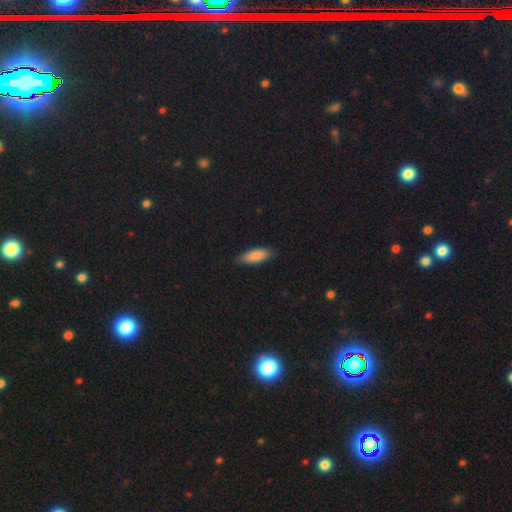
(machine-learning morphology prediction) A smooth galaxy with no disk features (87%) that is in between round and cigar-shaped (69%). Merging: none (82%).